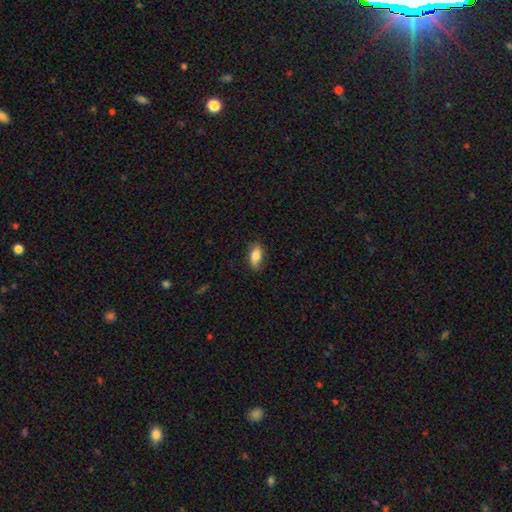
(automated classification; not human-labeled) smooth 79%, featured or disk 14%, star or artifact 7%. Down the decision tree: how rounded — in between (85%); merging — none (80%).